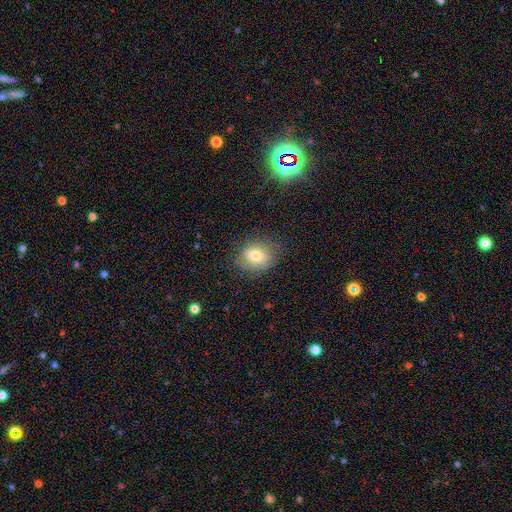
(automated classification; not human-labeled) smooth-or-featured: smooth: 72% | featured or disk: 19% | star or artifact: 10%
  how-rounded: in between: 53% | round: 46% | cigar-shaped: 1%
  merging: none: 72% | minor disturbance: 20% | major disturbance: 7% | merger: 1%